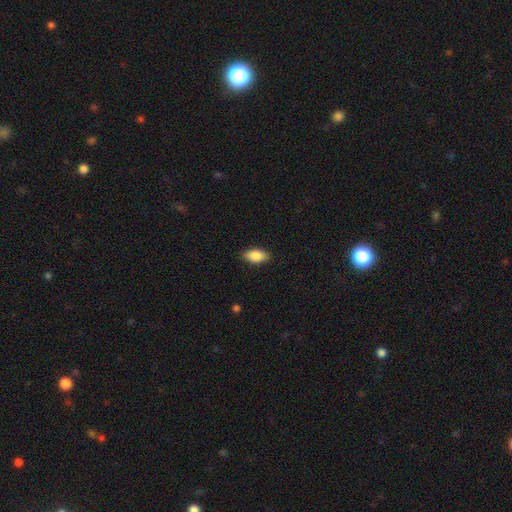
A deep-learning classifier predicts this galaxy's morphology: Overall: smooth (86%). How rounded: in between (91%). Merging: none (87%).